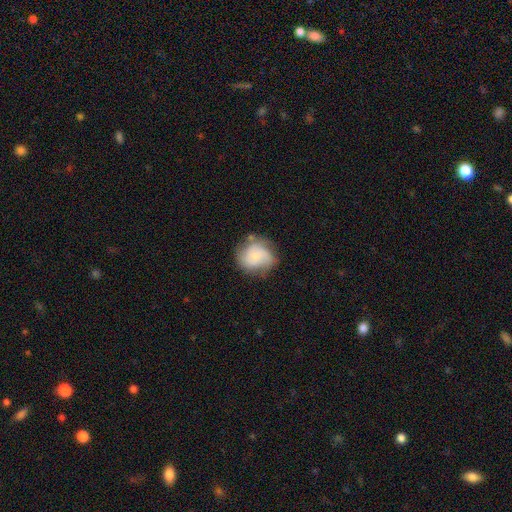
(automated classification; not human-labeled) smooth-or-featured: smooth: 52% | featured or disk: 40% | star or artifact: 8%
  how-rounded: round: 75% | in between: 24% | cigar-shaped: 1%
  merging: none: 57% | minor disturbance: 26% | major disturbance: 11% | merger: 5%